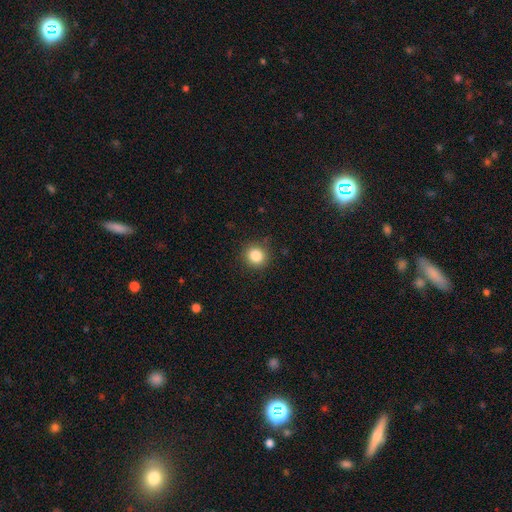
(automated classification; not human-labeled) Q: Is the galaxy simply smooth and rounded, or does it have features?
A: smooth — 85%.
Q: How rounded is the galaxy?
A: round — 91%.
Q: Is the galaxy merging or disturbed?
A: none — 90%.